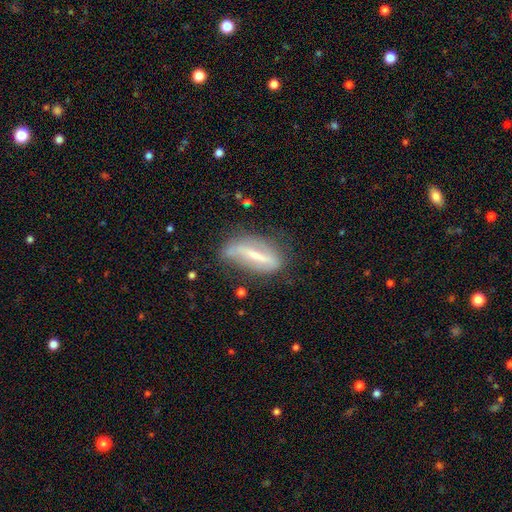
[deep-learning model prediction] Smooth or featured?
  - featured or disk: 61% *
  - smooth: 31%
  - star or artifact: 9%
Edge-on disk?
  - no: 70% *
  - yes: 30%
Merging?
  - none: 61% *
  - minor disturbance: 25%
  - major disturbance: 10%
  - merger: 4%